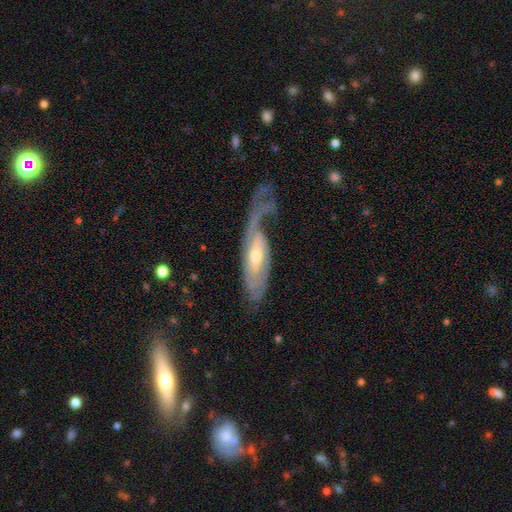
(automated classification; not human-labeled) This is likely a featured or disk galaxy (78%). It is clearly not viewed edge-on (82%). Bar: possibly no (51%). Spiral arm pattern: clearly yes (87%). Spiral arm count: marginally 1 (37%). Spiral winding: marginally tight (38%). Central bulge: possibly moderate (52%). Merging: marginally major disturbance (43%).